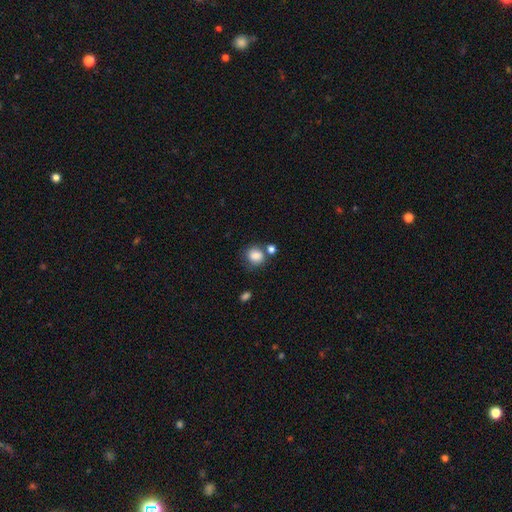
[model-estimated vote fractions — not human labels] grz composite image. It shows a smooth galaxy with no disk features (84%) that is round (70%). Merging: none (60%).